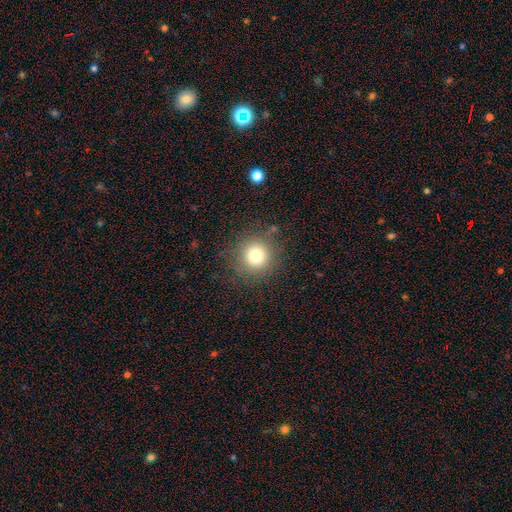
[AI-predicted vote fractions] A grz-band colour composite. It shows a smooth galaxy with no disk features (76%) that is round (93%). Merging: none (85%).